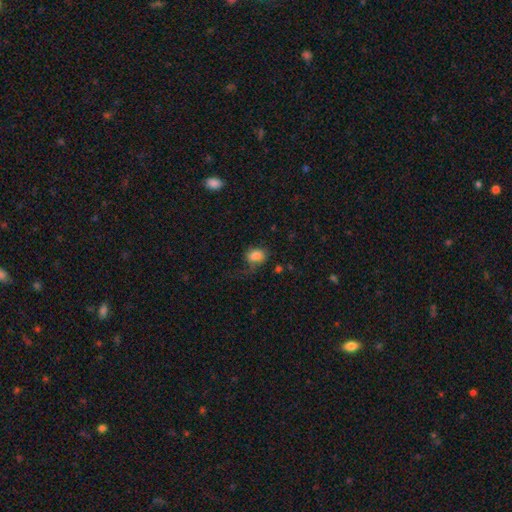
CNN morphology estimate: A smooth galaxy with no disk features (80%) that is in between round and cigar-shaped (67%). Merging: none (43%).